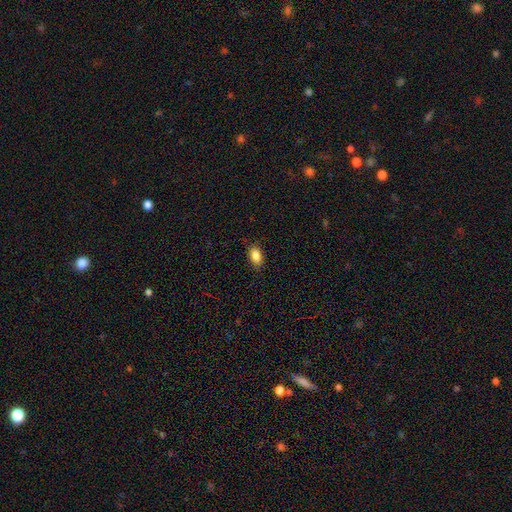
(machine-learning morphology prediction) Smooth or featured? Predicted: smooth (p=0.85). How rounded? Predicted: in between (p=0.89). Merging? Predicted: none (p=0.85).